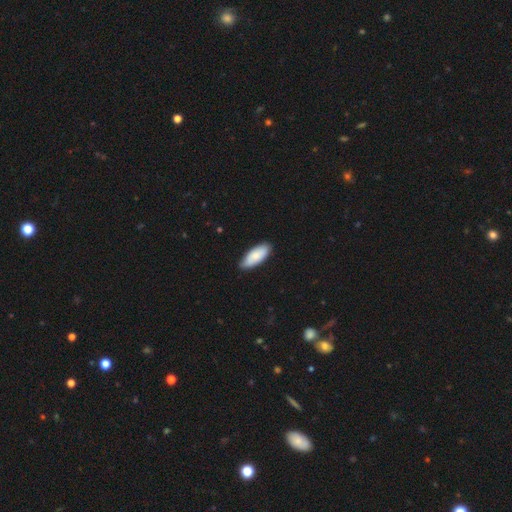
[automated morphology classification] Smooth or featured? Predicted: smooth (p=0.81). How rounded? Predicted: in between (p=0.83). Merging? Predicted: none (p=0.82).